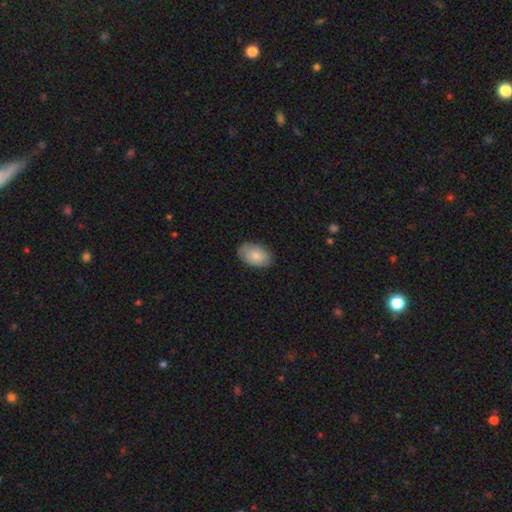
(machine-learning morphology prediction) smooth_or_featured: smooth (p=0.82) [alt: featured or disk p=0.12]
how_rounded: in between (p=0.92) [alt: round p=0.07]
merging: none (p=0.84) [alt: minor disturbance p=0.13]